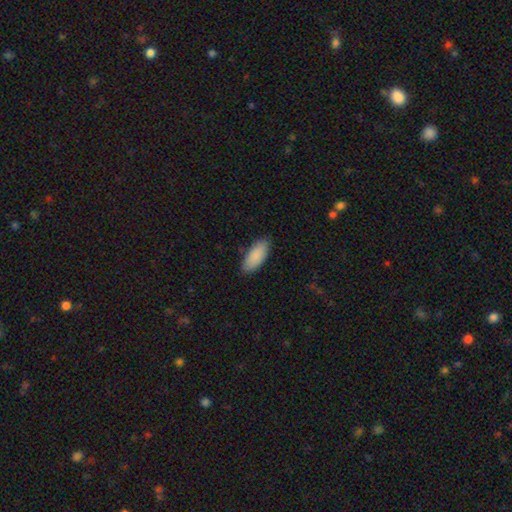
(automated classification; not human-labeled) Q: Smooth or featured?
A: smooth (89%); runner-up: featured or disk (6%)
Q: How rounded?
A: in between (85%); runner-up: cigar-shaped (13%)
Q: Merging?
A: none (83%); runner-up: minor disturbance (14%)